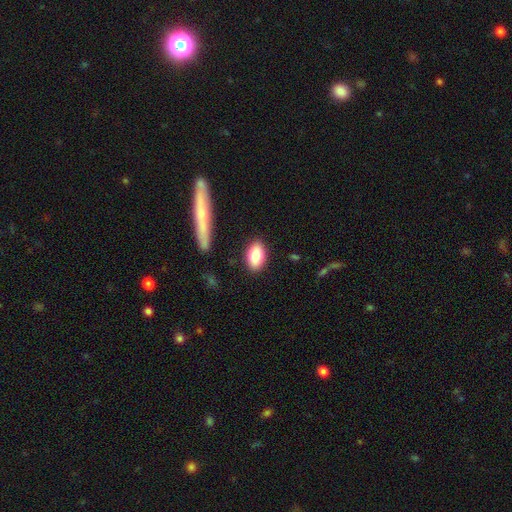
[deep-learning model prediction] The model was most divided on "smooth or featured": smooth: 83%, featured or disk: 10%, star or artifact: 7%. More confident: how rounded — in between (89%); merging — none (87%).